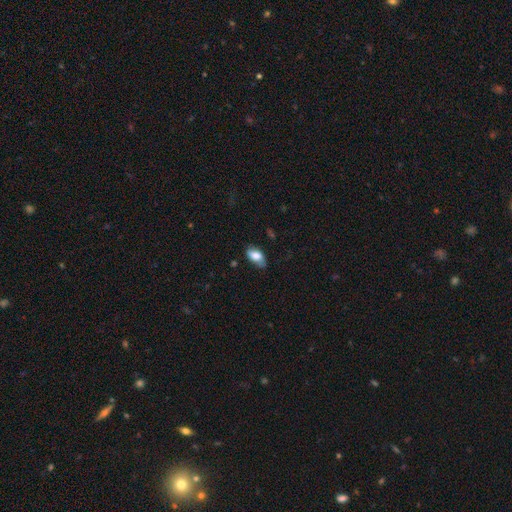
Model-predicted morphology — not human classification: Smooth or featured?
  - smooth: 69% *
  - featured or disk: 23%
  - star or artifact: 7%
How rounded?
  - in between: 91% *
  - cigar-shaped: 4%
  - round: 4%
Merging?
  - none: 67% *
  - minor disturbance: 25%
  - major disturbance: 6%
  - merger: 2%